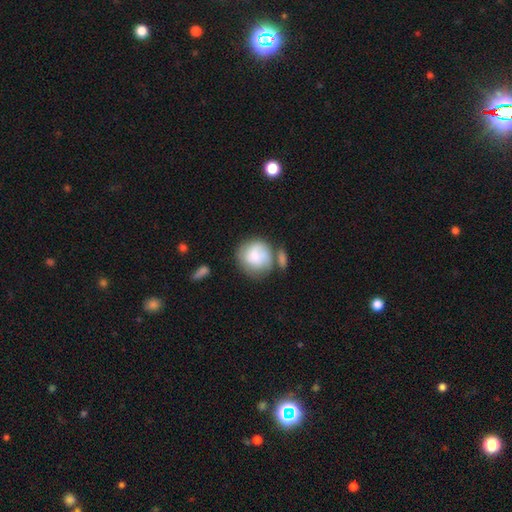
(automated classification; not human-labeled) This is likely a smooth galaxy (69%). How rounded: clearly round (85%). Merging: marginally none (43%).